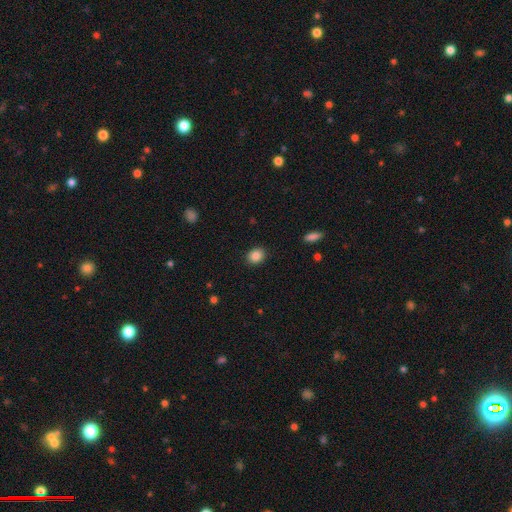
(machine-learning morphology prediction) type=smooth (87%); roundness=round (57%); merging=none (89%).